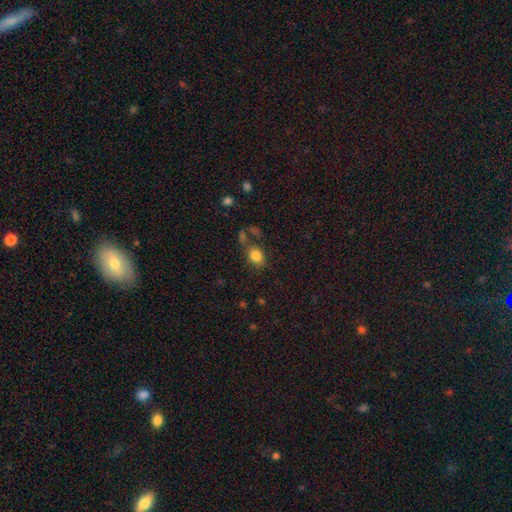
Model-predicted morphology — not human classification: Q: Smooth or featured?
A: smooth (82%); runner-up: star or artifact (11%)
Q: How rounded?
A: in between (52%); runner-up: round (47%)
Q: Merging?
A: none (67%); runner-up: minor disturbance (15%)